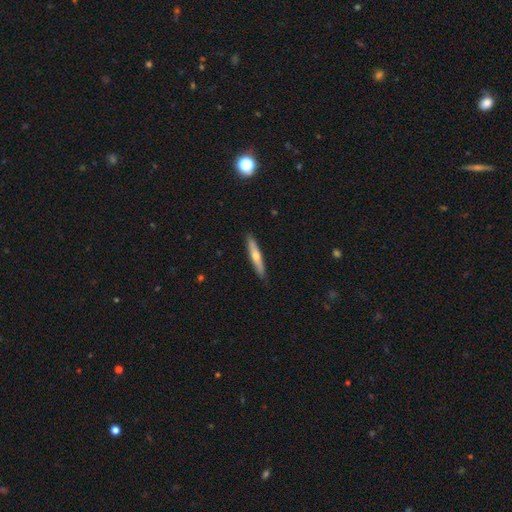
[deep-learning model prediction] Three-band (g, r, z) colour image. It shows a featured or disk galaxy (50%). Merging: none (90%).